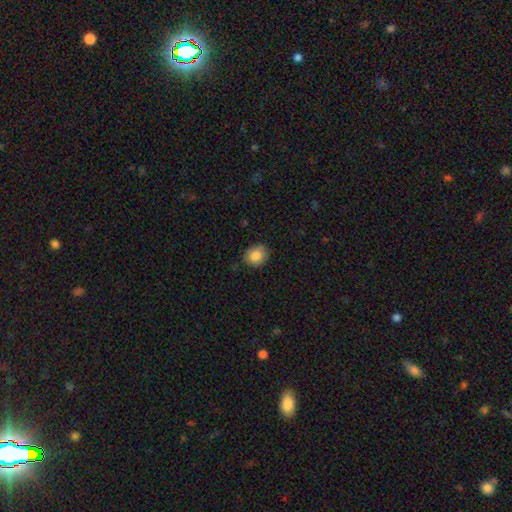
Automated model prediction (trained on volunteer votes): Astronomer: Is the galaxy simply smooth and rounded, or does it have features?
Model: smooth — 84%.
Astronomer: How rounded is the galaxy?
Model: round — 55% (runner-up: in between, 44%).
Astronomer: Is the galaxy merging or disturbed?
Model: none — 82%.